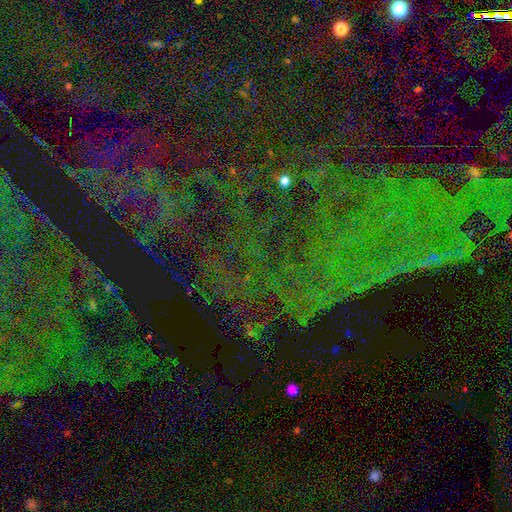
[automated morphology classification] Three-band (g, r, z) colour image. It shows a star or artifact, not a galaxy (80%).